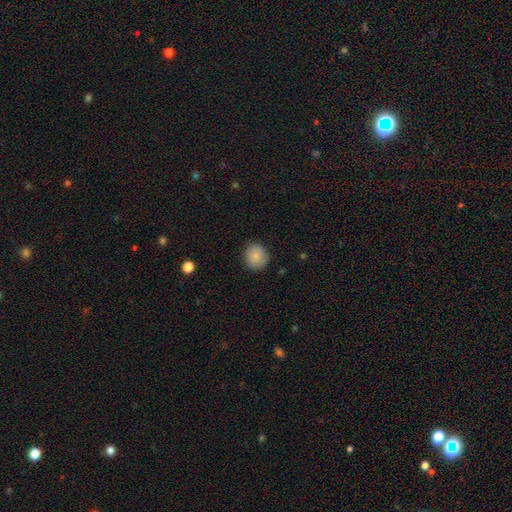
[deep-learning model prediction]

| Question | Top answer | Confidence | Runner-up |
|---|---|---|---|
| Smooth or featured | smooth | 85% | star or artifact (8%) |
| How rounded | round | 87% | in between (12%) |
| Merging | none | 86% | minor disturbance (11%) |